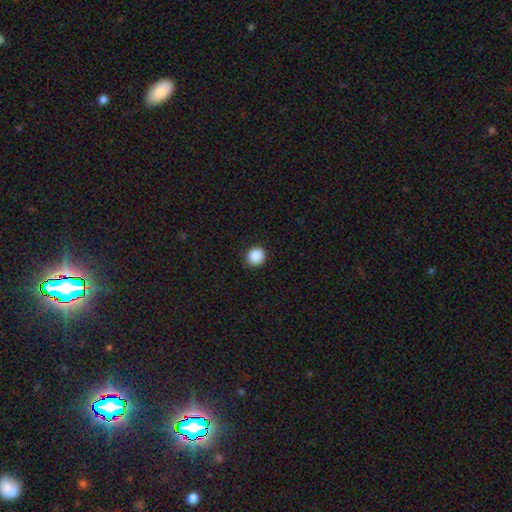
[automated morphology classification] smooth-or-featured: smooth: 89% | star or artifact: 9% | featured or disk: 2%
  how-rounded: round: 88% | in between: 11% | cigar-shaped: 1%
  merging: none: 90% | minor disturbance: 7% | major disturbance: 2% | merger: 1%